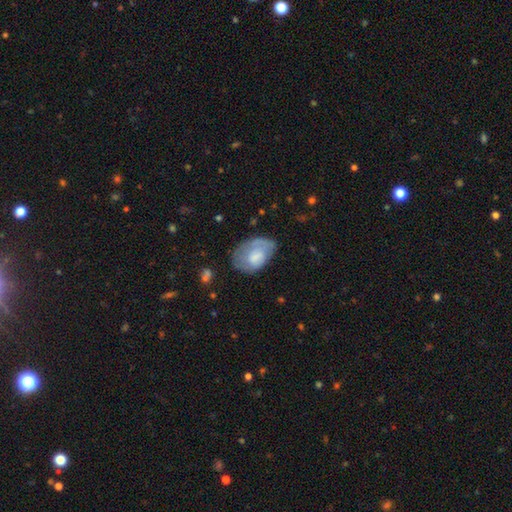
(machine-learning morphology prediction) Smooth or featured: smooth — 55% (featured or disk — 37%)
How rounded: in between — 85% (round — 13%)
Merging: none — 51% (minor disturbance — 30%)